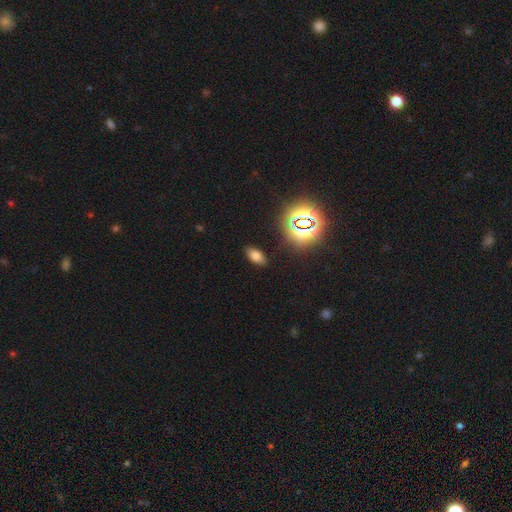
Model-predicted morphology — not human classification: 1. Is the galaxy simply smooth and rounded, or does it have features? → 68% smooth, 22% star or artifact, 10% featured or disk.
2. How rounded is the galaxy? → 88% in between, 6% round, 6% cigar-shaped.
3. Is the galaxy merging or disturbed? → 86% none, 10% minor disturbance, 3% major disturbance, 2% merger.